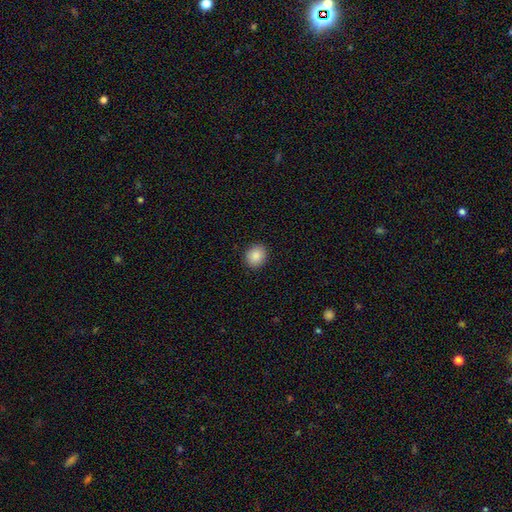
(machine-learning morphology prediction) Smooth or featured?
  - smooth: 88% *
  - star or artifact: 8%
  - featured or disk: 4%
How rounded?
  - round: 69% *
  - in between: 31%
  - cigar-shaped: 1%
Merging?
  - none: 91% *
  - minor disturbance: 7%
  - major disturbance: 2%
  - merger: 1%